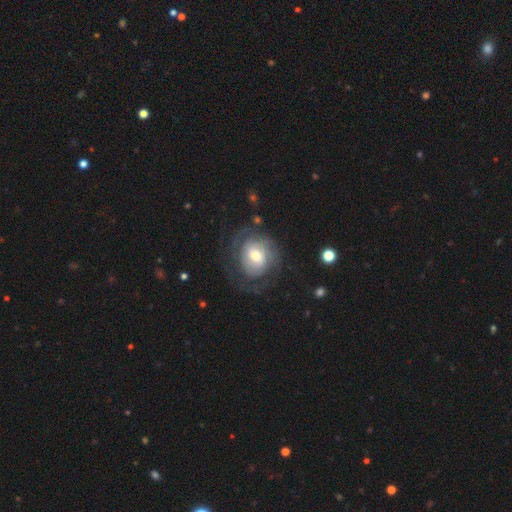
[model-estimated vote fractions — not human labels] The model was most divided on "spiral arm count": can't tell: 41%, 2: 34%, 3: 10%, 1: 8%, 4: 4%, more than 4: 4%. Remaining: edge-on disk — no (97%); spiral arms — yes (84%); smooth or featured — featured or disk (70%); merging — none (61%); spiral winding — tight (58%); bulge size — moderate (56%); bar — no (49%).